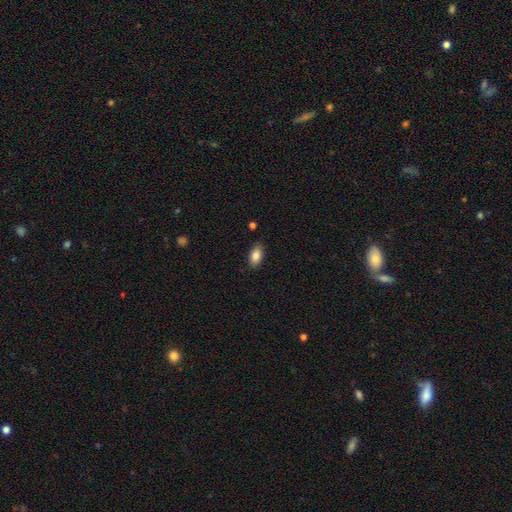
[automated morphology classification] Smooth or featured?
  - smooth: 85% *
  - star or artifact: 8%
  - featured or disk: 7%
How rounded?
  - in between: 92% *
  - round: 5%
  - cigar-shaped: 3%
Merging?
  - none: 85% *
  - minor disturbance: 11%
  - major disturbance: 2%
  - merger: 1%